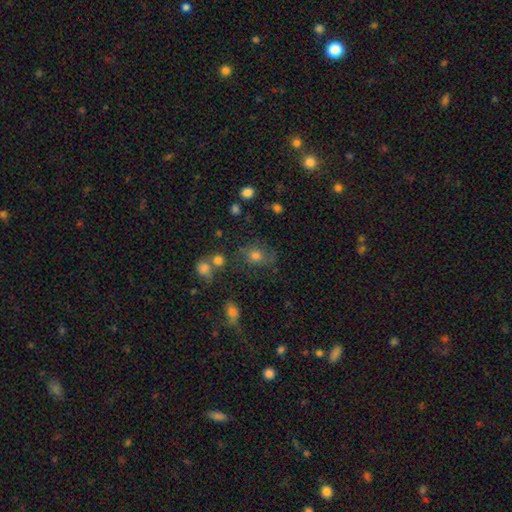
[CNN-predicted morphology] Smooth or featured: smooth — 65% (star or artifact — 20%)
How rounded: round — 63% (in between — 36%)
Merging: none — 65% (minor disturbance — 19%)